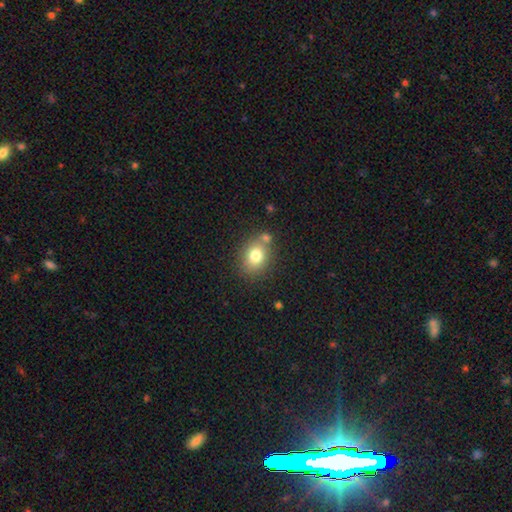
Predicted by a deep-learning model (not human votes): smooth_or_featured: smooth (p=0.78) [alt: featured or disk p=0.11]
how_rounded: in between (p=0.50) [alt: round p=0.48]
merging: none (p=0.66) [alt: merger p=0.17]